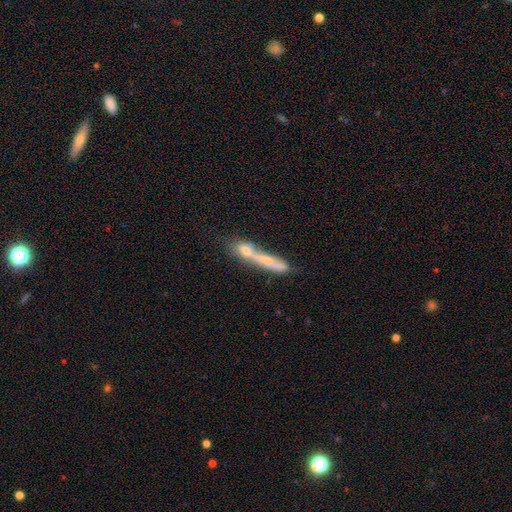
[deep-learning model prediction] smooth-or-featured: featured or disk: 45% | smooth: 43% | star or artifact: 11%
  merging: none: 43% | merger: 35% | minor disturbance: 14% | major disturbance: 8%